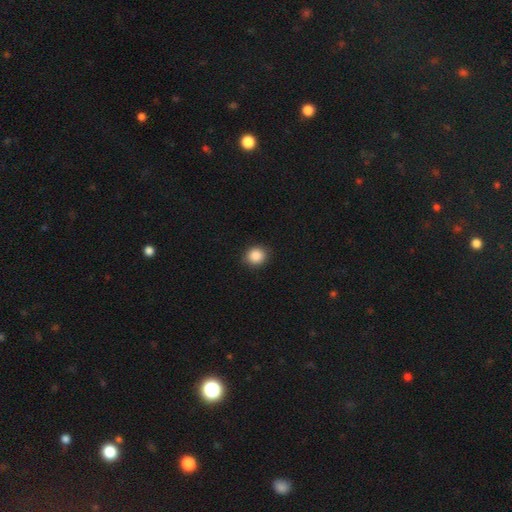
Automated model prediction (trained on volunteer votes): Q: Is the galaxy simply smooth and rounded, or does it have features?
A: smooth — 88%.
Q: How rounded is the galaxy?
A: round — 82%.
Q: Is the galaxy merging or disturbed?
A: none — 90%.